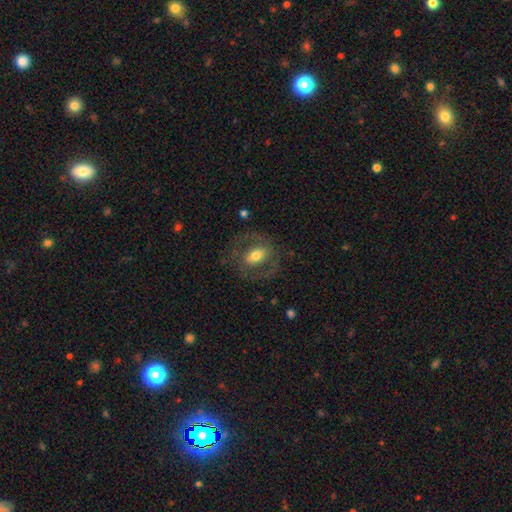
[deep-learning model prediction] Overall: featured or disk (52%; smooth 41%). Edge-on disk: no (93%). Merging: none (69%).